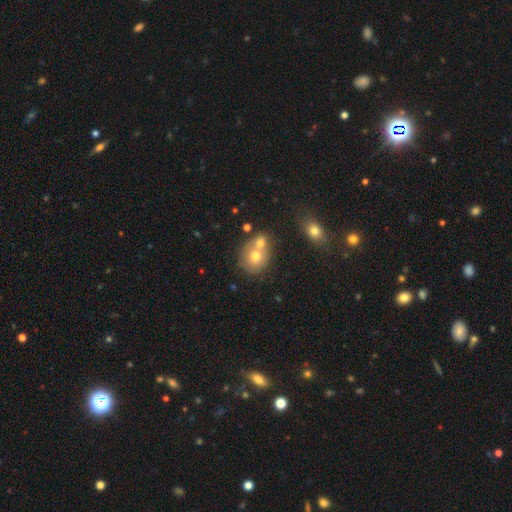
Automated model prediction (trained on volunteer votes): smooth_or_featured: smooth (p=0.67) [alt: featured or disk p=0.23]
how_rounded: round (p=0.68) [alt: in between p=0.31]
merging: merger (p=0.56) [alt: none p=0.32]